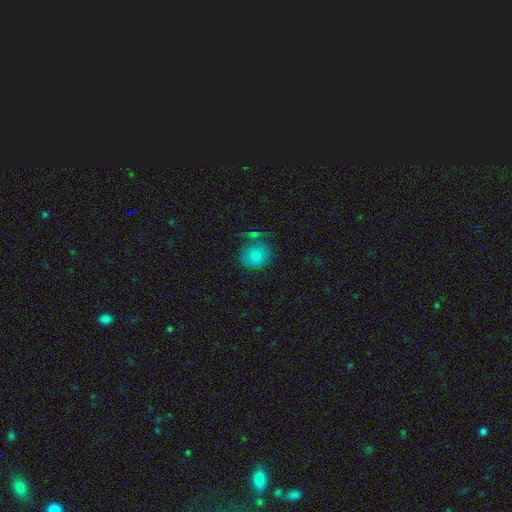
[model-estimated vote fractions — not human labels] This appears to be a smooth galaxy with no disk features (79%) that is round (80%). Merging: none (60%).